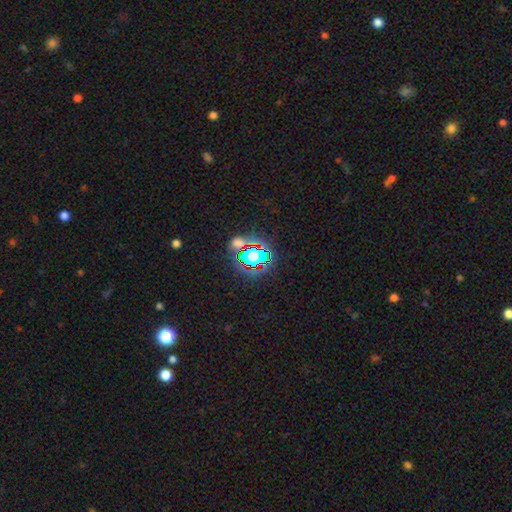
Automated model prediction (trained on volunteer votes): Smooth or featured? star or artifact (78%)